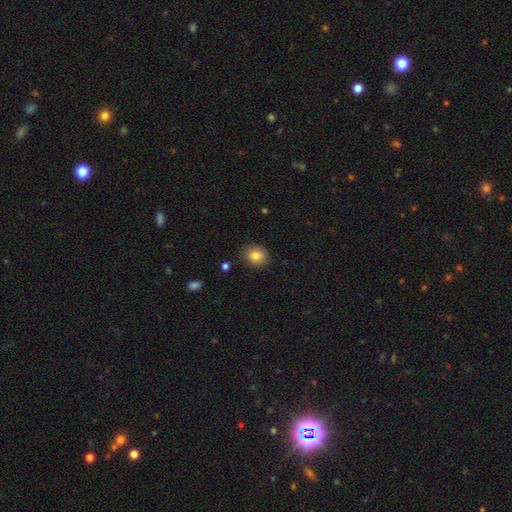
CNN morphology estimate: The model was most divided on "how rounded": round: 72%, in between: 27%, cigar-shaped: 1%. More confident: merging — none (87%); smooth or featured — smooth (84%).